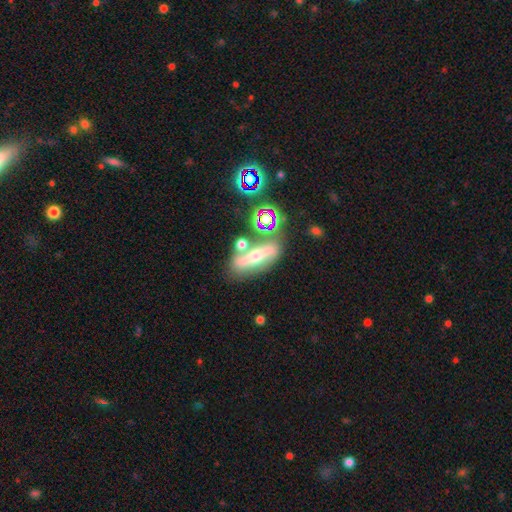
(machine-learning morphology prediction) A featured or disk galaxy (61%) viewed edge-on (54%).

Vote fractions:
- Smooth or featured? featured or disk: 61% / smooth: 24% / star or artifact: 15%
- Edge-on disk? yes: 54% / no: 46%
- Merging? none: 68% / minor disturbance: 14% / merger: 12% / major disturbance: 6%